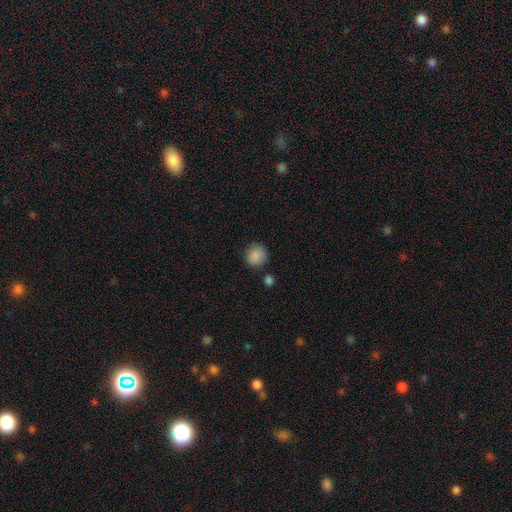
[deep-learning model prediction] A smooth galaxy with no disk features (87%) that is round (90%).

Vote fractions:
- Smooth or featured? smooth: 87% / star or artifact: 8% / featured or disk: 4%
- How rounded? round: 90% / in between: 9% / cigar-shaped: 1%
- Merging? none: 80% / minor disturbance: 12% / merger: 5% / major disturbance: 3%